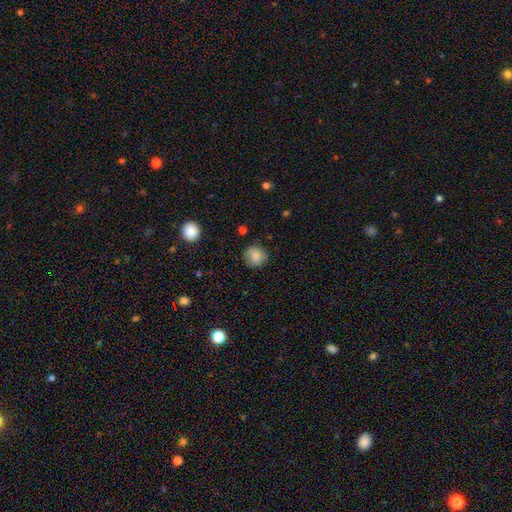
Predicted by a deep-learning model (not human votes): Morphology: type=smooth (83%); roundness=round (89%); merging=none (80%).